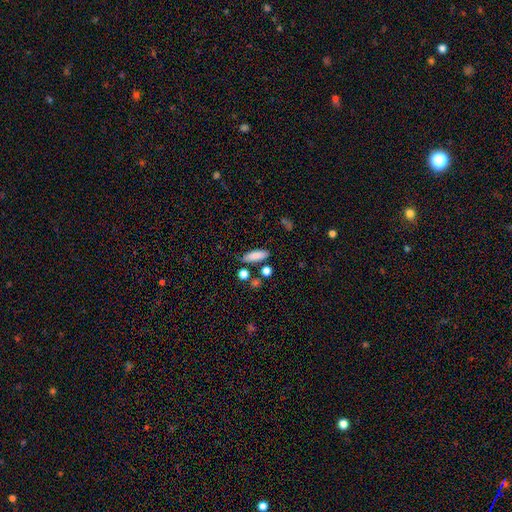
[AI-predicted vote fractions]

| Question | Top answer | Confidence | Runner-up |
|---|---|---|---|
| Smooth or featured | smooth | 84% | star or artifact (8%) |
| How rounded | in between | 59% | cigar-shaped (37%) |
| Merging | none | 76% | minor disturbance (13%) |